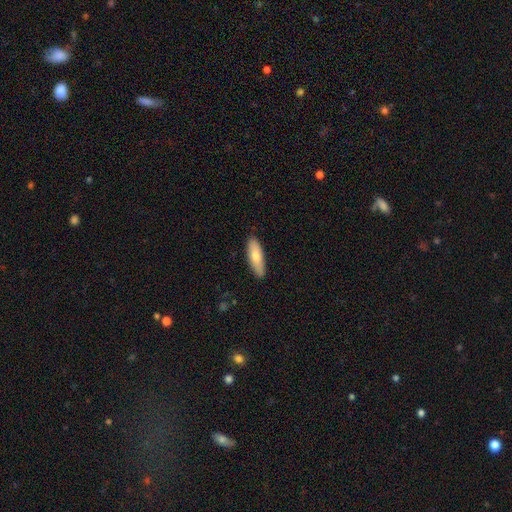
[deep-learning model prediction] This appears to be a smooth galaxy with no disk features (78%) that is in between round and cigar-shaped (50%). Merging: none (88%).